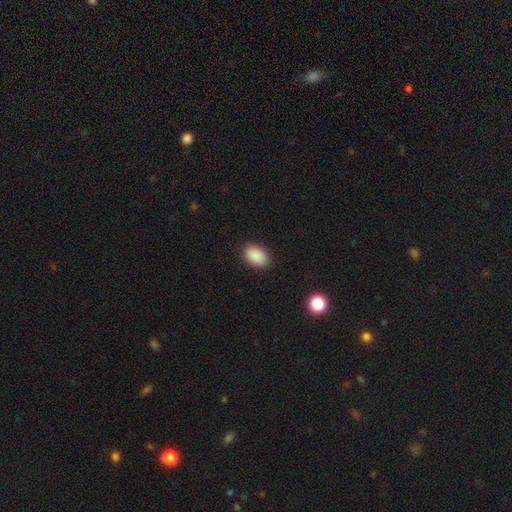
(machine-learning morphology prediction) The model was most divided on "how rounded": in between: 88%, round: 11%, cigar-shaped: 1%. More confident: smooth or featured — smooth (89%); merging — none (89%).